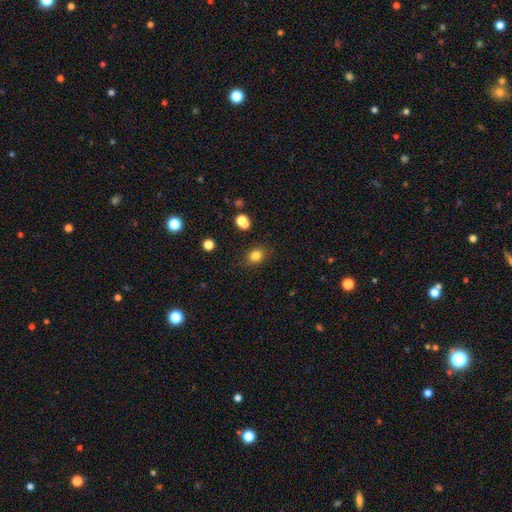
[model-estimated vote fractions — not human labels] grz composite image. It shows a smooth galaxy with no disk features (82%) that is round (50%). Merging: none (82%).